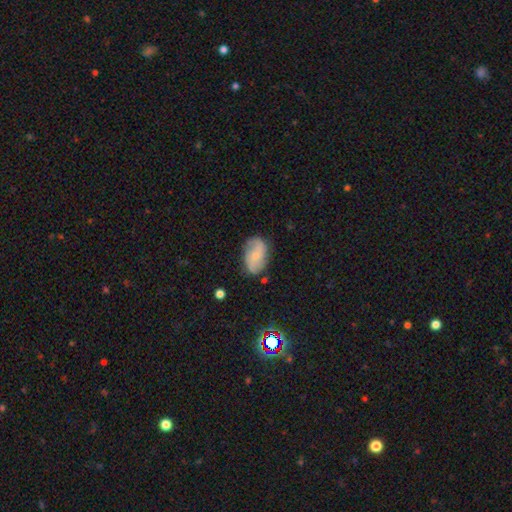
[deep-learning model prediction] Smooth or featured? Predicted: featured or disk (p=0.52). Edge-on disk? Predicted: no (p=0.95). Merging? Predicted: none (p=0.69).